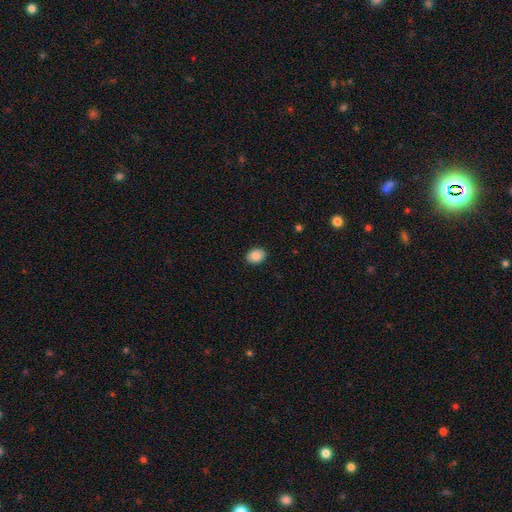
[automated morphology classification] The model was most divided on "how rounded": in between: 68%, round: 31%, cigar-shaped: 1%. More confident: merging — none (89%); smooth or featured — smooth (85%).